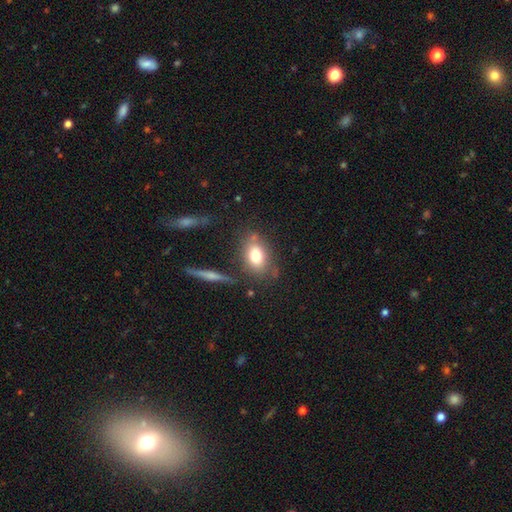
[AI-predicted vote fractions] smooth 74%, featured or disk 16%, star or artifact 10%. Down the decision tree: how rounded — in between (77%); merging — none (72%).